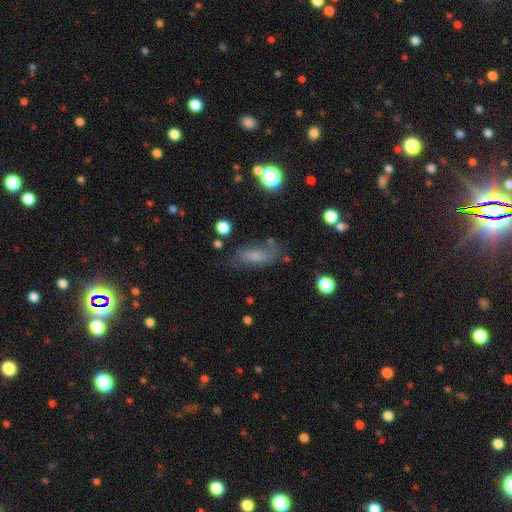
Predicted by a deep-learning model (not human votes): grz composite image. It shows a smooth galaxy with no disk features (62%) that is in between round and cigar-shaped (71%). Merging: none (59%).